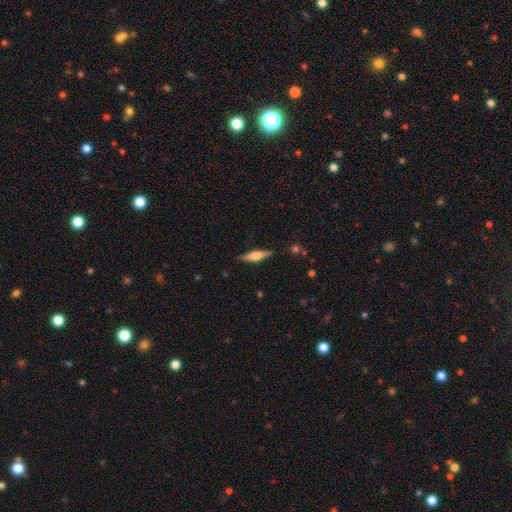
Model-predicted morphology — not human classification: smooth-or-featured: featured or disk: 55% | smooth: 38% | star or artifact: 6%
  disk-edge-on: yes: 96% | no: 4%
    edge-on-bulge: rounded: 81% | boxy: 15% | none: 4%
  merging: none: 86% | minor disturbance: 10% | major disturbance: 2% | merger: 1%